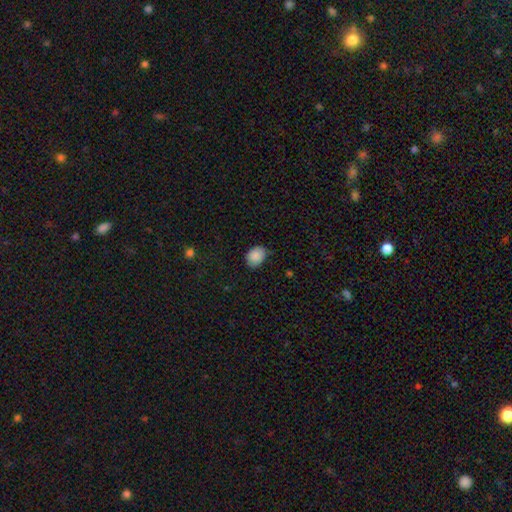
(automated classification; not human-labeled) A smooth galaxy with no disk features (87%) that is in between round and cigar-shaped (62%). Merging: none (73%).